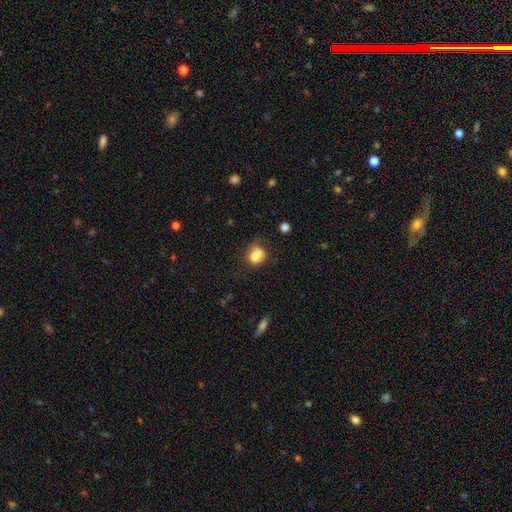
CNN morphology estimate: smooth-or-featured: smooth: 77% | featured or disk: 13% | star or artifact: 10%
  how-rounded: round: 68% | in between: 31% | cigar-shaped: 1%
  merging: none: 49% | minor disturbance: 29% | major disturbance: 11% | merger: 11%